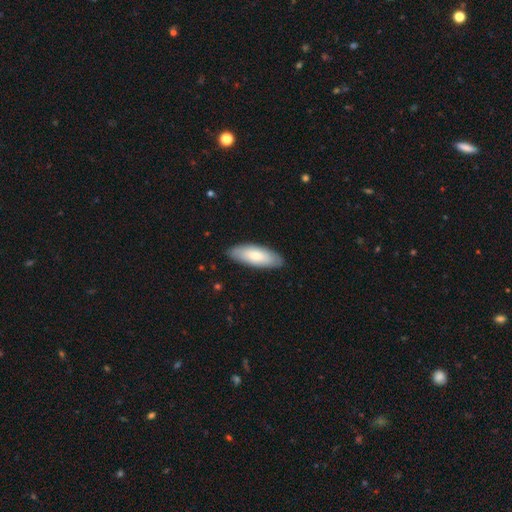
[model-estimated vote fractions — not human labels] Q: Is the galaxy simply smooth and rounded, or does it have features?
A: smooth — 77%.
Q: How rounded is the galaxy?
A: in between — 75%.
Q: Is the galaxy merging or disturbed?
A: none — 86%.